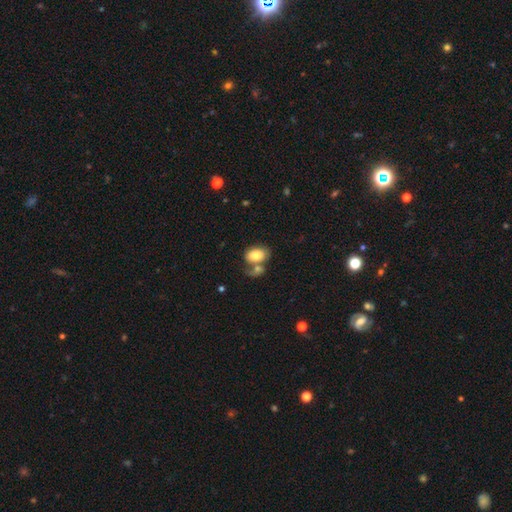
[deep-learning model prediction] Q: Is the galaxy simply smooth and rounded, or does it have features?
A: smooth — 76%.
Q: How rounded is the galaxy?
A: in between — 82%.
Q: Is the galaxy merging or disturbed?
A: merger — 44%.